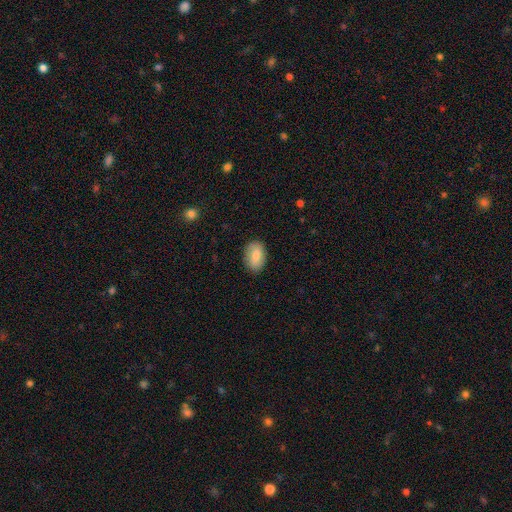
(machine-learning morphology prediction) smooth-or-featured: smooth: 82% | featured or disk: 11% | star or artifact: 7%
  how-rounded: in between: 88% | round: 11% | cigar-shaped: 1%
  merging: none: 86% | minor disturbance: 11% | major disturbance: 2% | merger: 1%